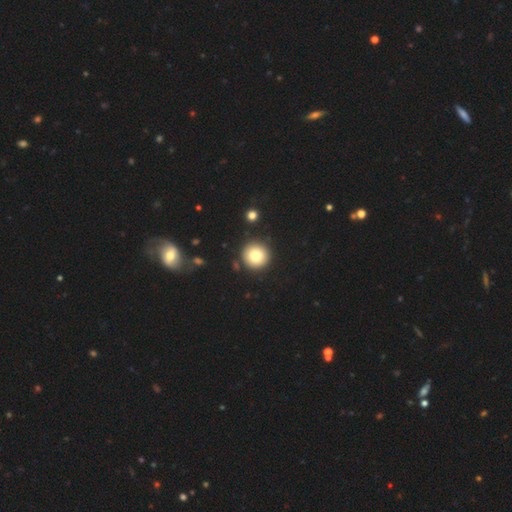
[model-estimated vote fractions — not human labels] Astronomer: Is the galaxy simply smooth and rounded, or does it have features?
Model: smooth — 81%.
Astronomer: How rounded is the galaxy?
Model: round — 95%.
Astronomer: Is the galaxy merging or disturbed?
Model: none — 89%.